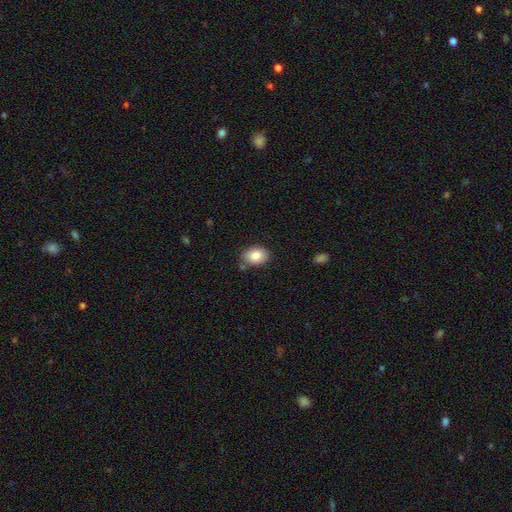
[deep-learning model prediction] Overall: smooth (83%). How rounded: in between (69%; round 30%). Merging: none (80%).